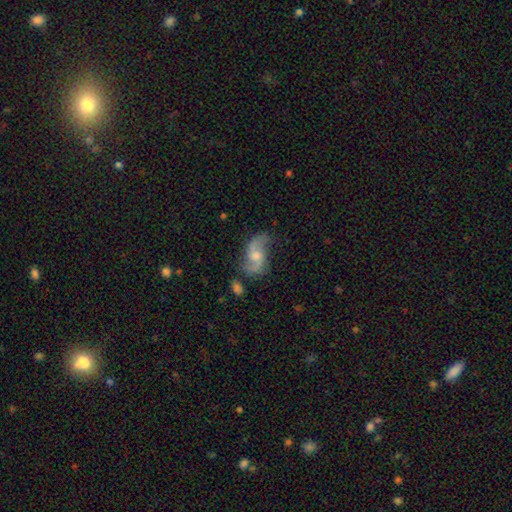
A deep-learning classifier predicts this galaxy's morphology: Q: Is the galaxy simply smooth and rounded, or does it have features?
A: featured or disk — 81%.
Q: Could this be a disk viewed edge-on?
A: no — 97%.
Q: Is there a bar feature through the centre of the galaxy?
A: no — 54%.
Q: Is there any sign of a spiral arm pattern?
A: yes — 95%.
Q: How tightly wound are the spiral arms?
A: loose — 67%.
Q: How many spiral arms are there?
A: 2 — 91%.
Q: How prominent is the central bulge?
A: moderate — 50%.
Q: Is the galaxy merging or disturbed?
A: none — 65%.